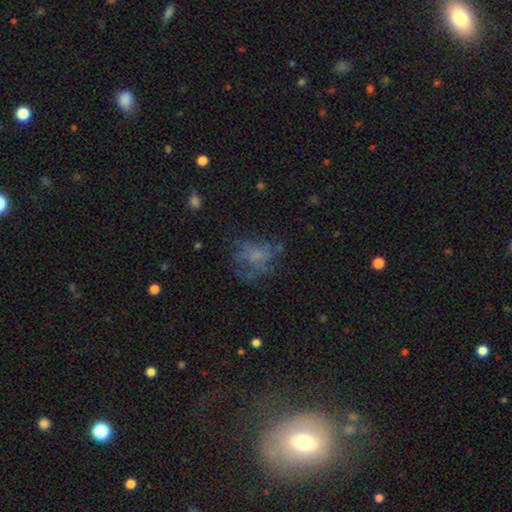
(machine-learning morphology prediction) Smooth or featured? Predicted: featured or disk (p=0.43). Merging? Predicted: none (p=0.51).